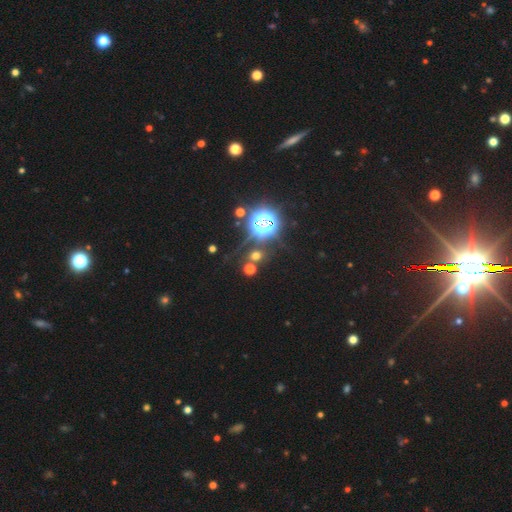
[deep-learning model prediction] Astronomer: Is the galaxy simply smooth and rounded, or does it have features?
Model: star or artifact — 49% (runner-up: smooth, 42%).